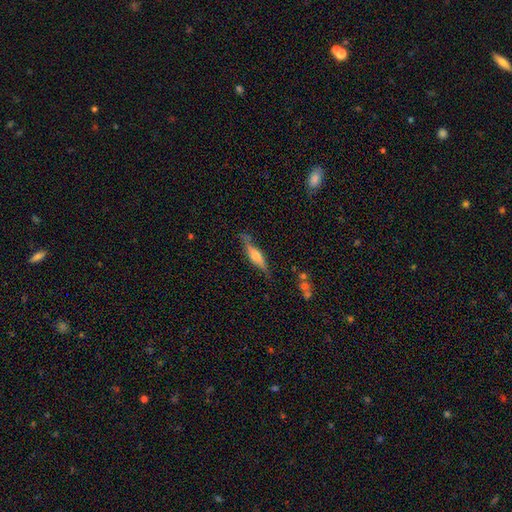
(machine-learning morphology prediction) The model was most divided on "smooth or featured": featured or disk: 54%, smooth: 40%, star or artifact: 6%. More confident: edge-on disk — yes (91%); merging — none (77%).